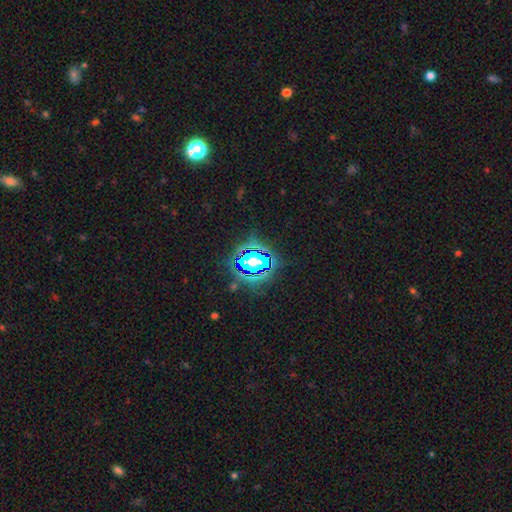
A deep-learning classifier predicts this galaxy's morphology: smooth-or-featured: star or artifact: 77% | smooth: 16% | featured or disk: 7%